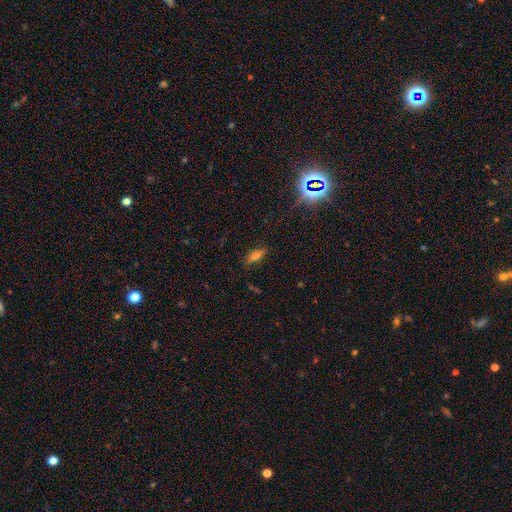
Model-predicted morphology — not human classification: A smooth galaxy with no disk features (66%) that is in between round and cigar-shaped (71%).

Vote fractions:
- Smooth or featured? smooth: 66% / star or artifact: 18% / featured or disk: 16%
- How rounded? in between: 71% / cigar-shaped: 25% / round: 4%
- Merging? none: 80% / minor disturbance: 14% / major disturbance: 4% / merger: 2%